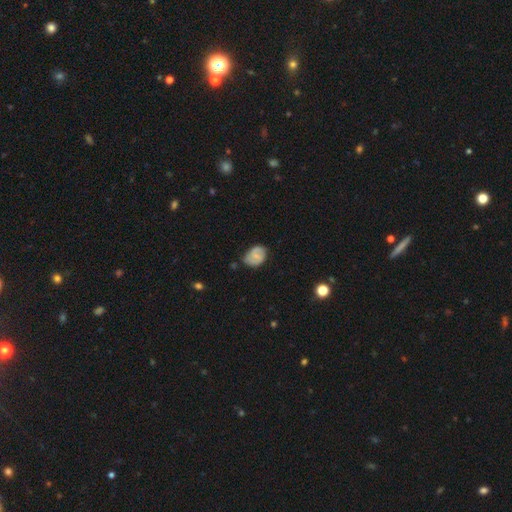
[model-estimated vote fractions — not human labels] Smooth or featured?
  - smooth: 48% *
  - featured or disk: 44%
  - star or artifact: 8%
Merging?
  - none: 61% *
  - minor disturbance: 29%
  - major disturbance: 7%
  - merger: 3%